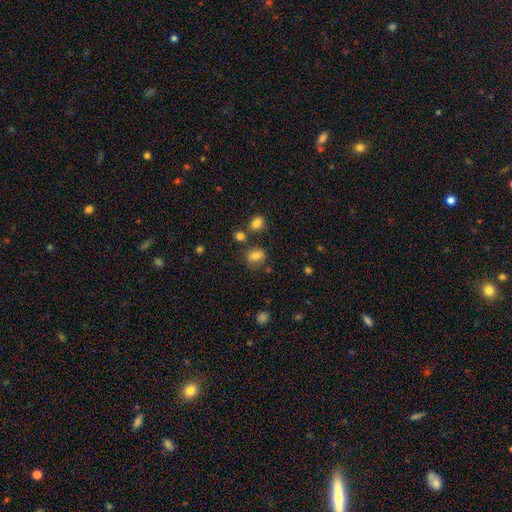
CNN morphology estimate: Q: Smooth or featured?
A: smooth (77%); runner-up: star or artifact (13%)
Q: How rounded?
A: round (54%); runner-up: in between (45%)
Q: Merging?
A: none (70%); runner-up: minor disturbance (16%)